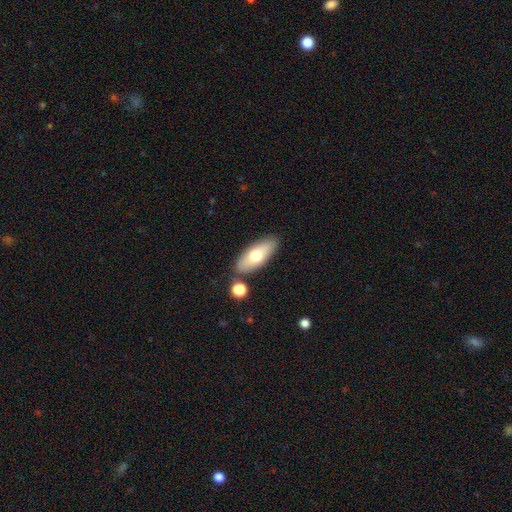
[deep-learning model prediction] smooth_or_featured: smooth (p=0.68) [alt: featured or disk p=0.26]
how_rounded: in between (p=0.79) [alt: cigar-shaped p=0.18]
merging: none (p=0.81) [alt: minor disturbance p=0.11]